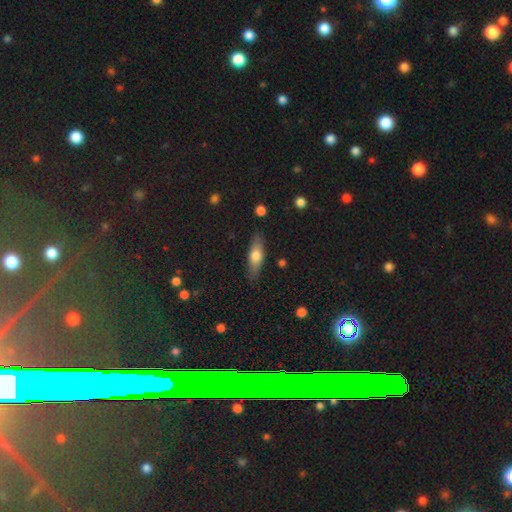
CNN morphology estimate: smooth 62%, featured or disk 32%, star or artifact 7%. Down the decision tree: how rounded — in between (52%); merging — none (84%).